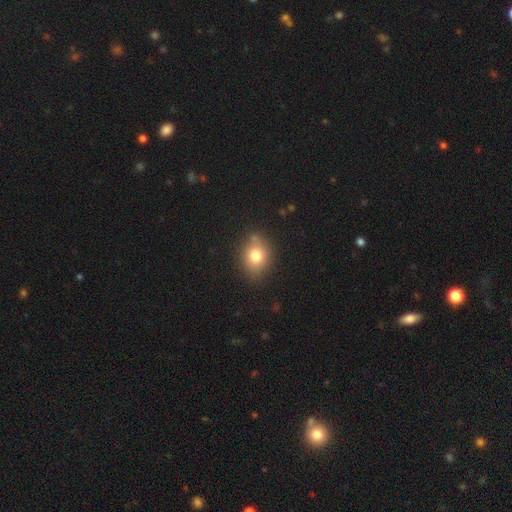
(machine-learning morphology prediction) This is likely a smooth galaxy (78%). How rounded: possibly in between (52%). Merging: likely none (78%).